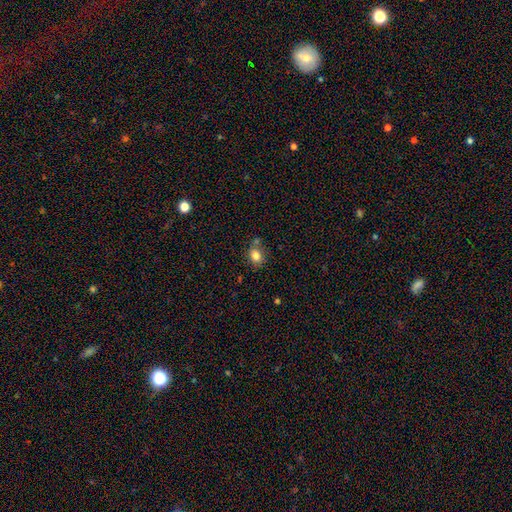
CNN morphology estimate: Q: Smooth or featured?
A: smooth (83%); runner-up: star or artifact (10%)
Q: How rounded?
A: round (51%); runner-up: in between (48%)
Q: Merging?
A: none (68%); runner-up: minor disturbance (15%)